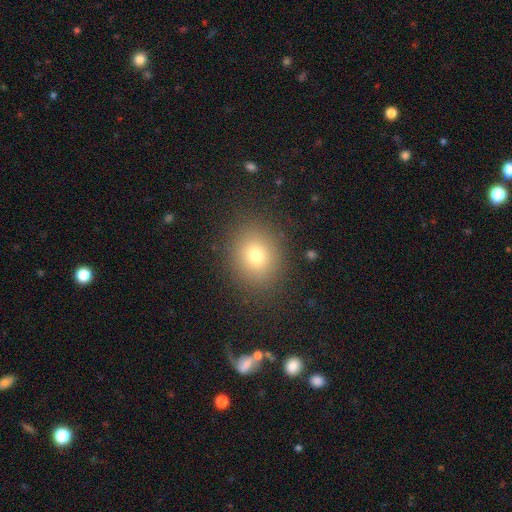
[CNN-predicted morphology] The model was most divided on "how rounded": round: 66%, in between: 33%, cigar-shaped: 1%. More confident: merging — none (87%); smooth or featured — smooth (74%).